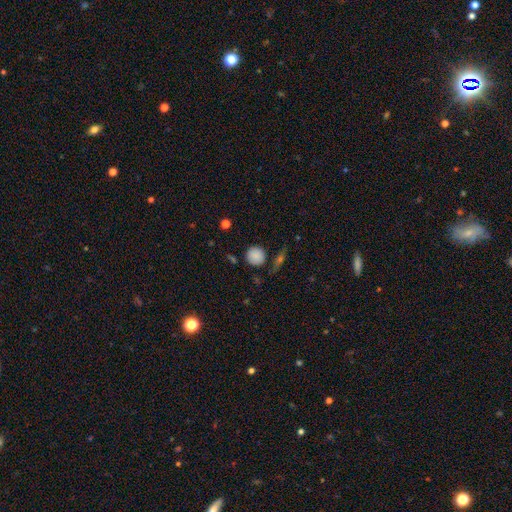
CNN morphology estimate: A smooth galaxy with no disk features (83%) that is round (93%).

Vote fractions:
- Smooth or featured? smooth: 83% / star or artifact: 10% / featured or disk: 7%
- How rounded? round: 93% / in between: 6% / cigar-shaped: 1%
- Merging? none: 77% / minor disturbance: 14% / major disturbance: 4% / merger: 4%